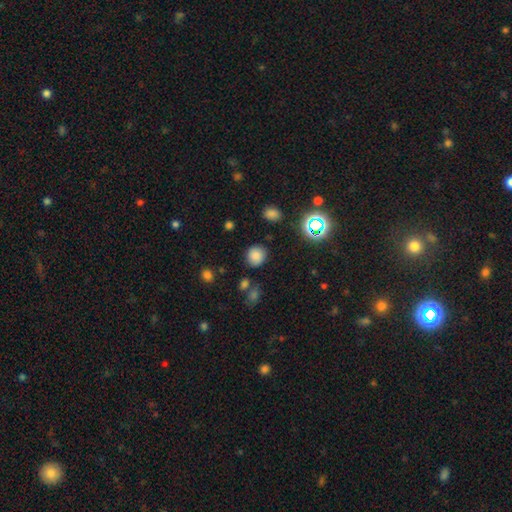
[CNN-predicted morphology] Smooth or featured? Predicted: smooth (p=0.80). How rounded? Predicted: round (p=0.87). Merging? Predicted: none (p=0.84).